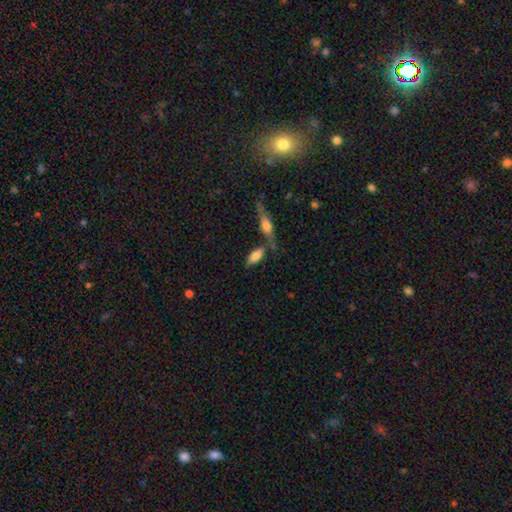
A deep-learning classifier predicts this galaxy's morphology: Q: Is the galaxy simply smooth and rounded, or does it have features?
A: smooth — 69%.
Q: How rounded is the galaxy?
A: in between — 74%.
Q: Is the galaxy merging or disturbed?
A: none — 55%.